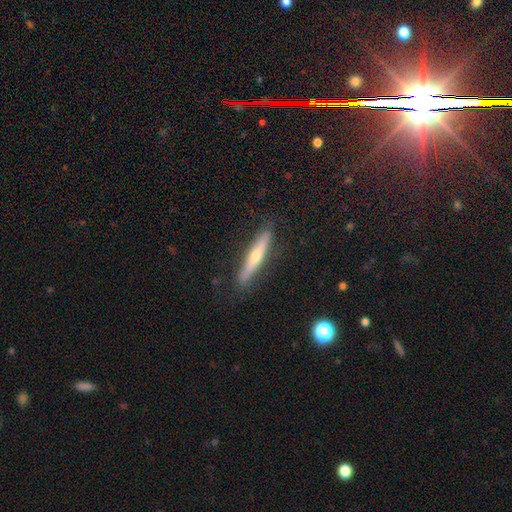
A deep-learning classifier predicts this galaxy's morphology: A featured or disk galaxy (59%) viewed edge-on (93%) with a rounded central bulge (83%).

Vote fractions:
- Smooth or featured? featured or disk: 59% / smooth: 31% / star or artifact: 11%
- Edge-on disk? yes: 93% / no: 7%
- Edge-on bulge? rounded: 83% / none: 14% / boxy: 4%
- Merging? none: 86% / minor disturbance: 11% / major disturbance: 2% / merger: 1%